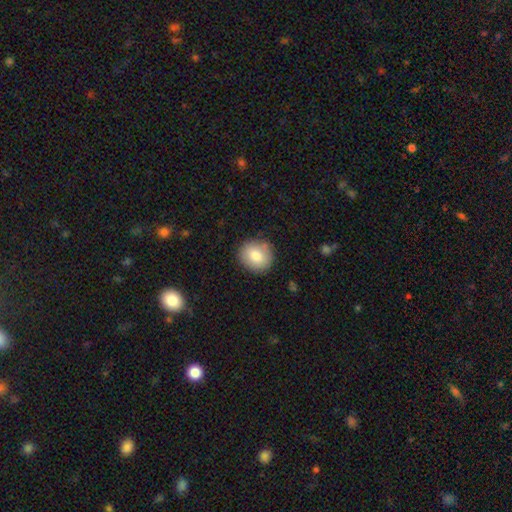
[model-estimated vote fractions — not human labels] This is clearly a smooth galaxy (81%). How rounded: clearly round (82%). Merging: clearly none (86%).